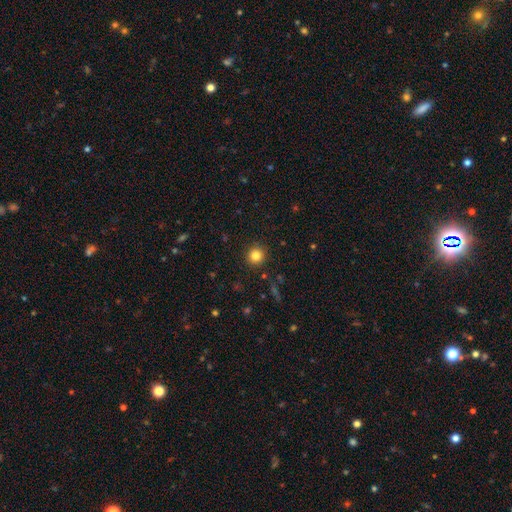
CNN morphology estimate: Smooth or featured: smooth — 83% (star or artifact — 12%)
How rounded: round — 94% (in between — 5%)
Merging: none — 91% (minor disturbance — 5%)